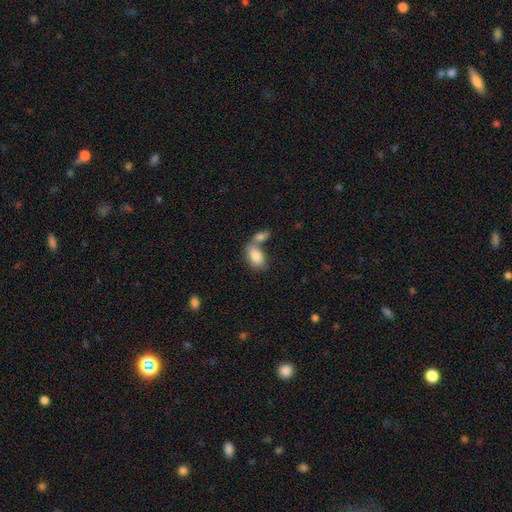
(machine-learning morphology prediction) smooth 83%, featured or disk 10%, star or artifact 7%. Down the decision tree: how rounded — in between (91%); merging — merger (51%).